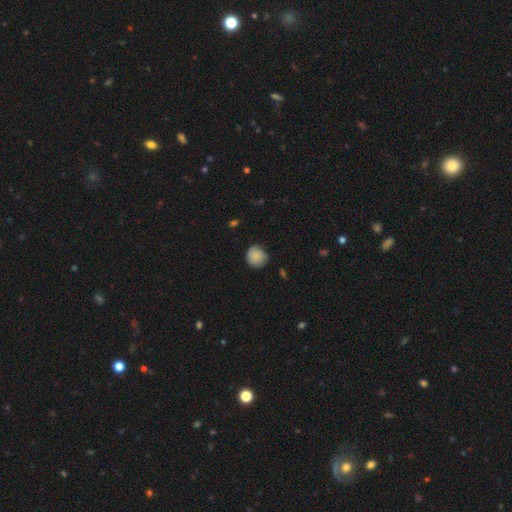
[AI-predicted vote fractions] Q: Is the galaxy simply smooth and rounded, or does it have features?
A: smooth — 82%.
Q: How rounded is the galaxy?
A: round — 87%.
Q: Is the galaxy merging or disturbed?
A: none — 70%.